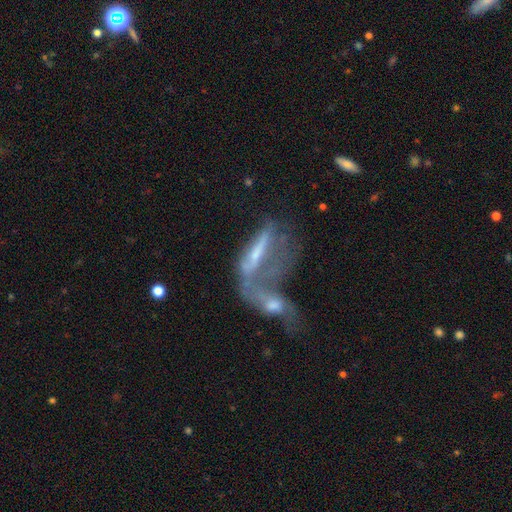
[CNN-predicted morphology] This is likely a featured or disk galaxy (60%). It is likely not viewed edge-on (69%). Merging: likely merger (68%).